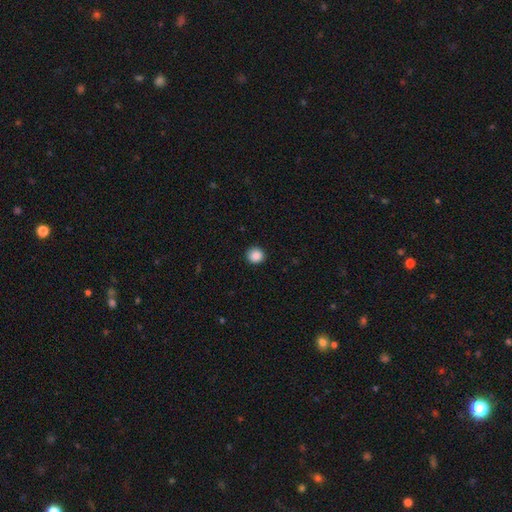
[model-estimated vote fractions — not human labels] This is clearly a smooth galaxy (89%). How rounded: clearly round (91%). Merging: clearly none (92%).